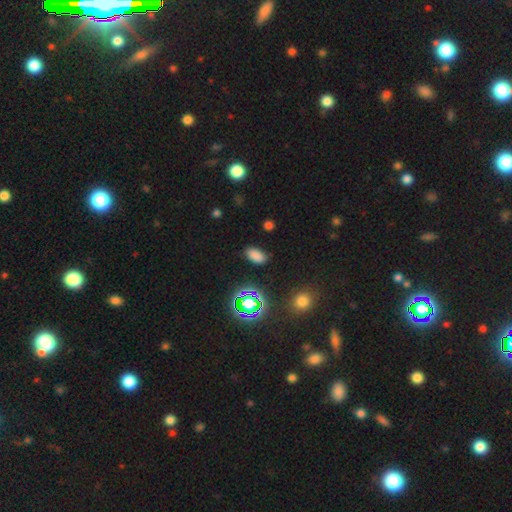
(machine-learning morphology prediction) This appears to be a smooth galaxy with no disk features (76%) that is in between round and cigar-shaped (91%). Merging: none (85%).